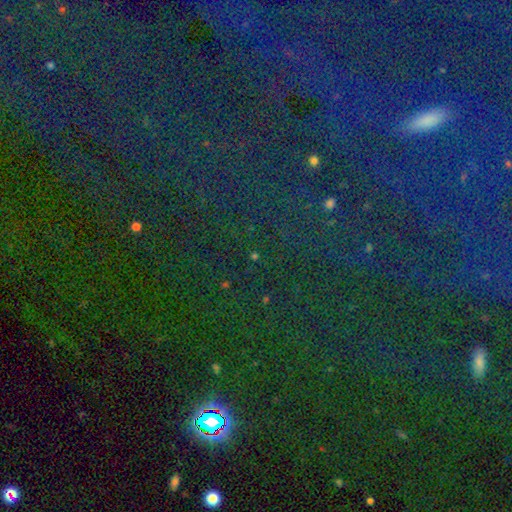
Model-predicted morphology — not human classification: A star or artifact, not a galaxy (80%).